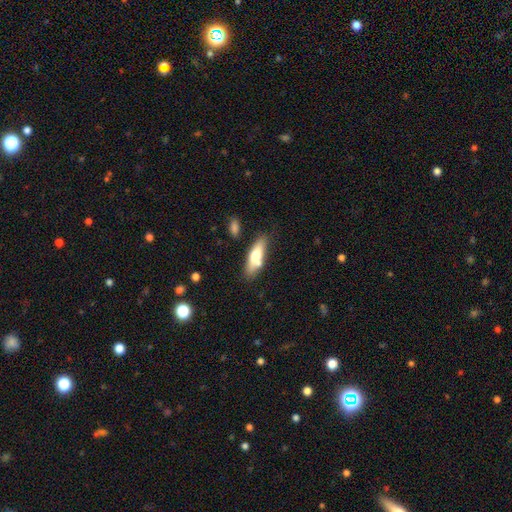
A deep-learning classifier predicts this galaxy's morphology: This appears to be a smooth galaxy with no disk features (62%) that is in between round and cigar-shaped (50%). Merging: none (71%).